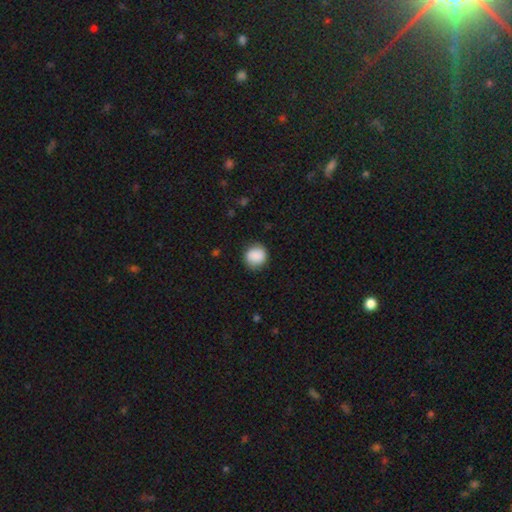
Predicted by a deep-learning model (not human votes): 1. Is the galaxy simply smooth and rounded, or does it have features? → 87% smooth, 7% star or artifact, 5% featured or disk.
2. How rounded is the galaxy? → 88% round, 11% in between, 1% cigar-shaped.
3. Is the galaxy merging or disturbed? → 85% none, 11% minor disturbance, 3% major disturbance, 1% merger.